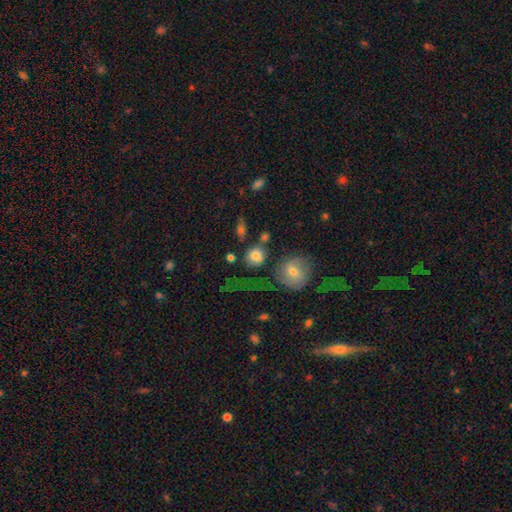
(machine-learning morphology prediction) Smooth or featured? Predicted: smooth (p=0.80). How rounded? Predicted: round (p=0.84). Merging? Predicted: none (p=0.64).